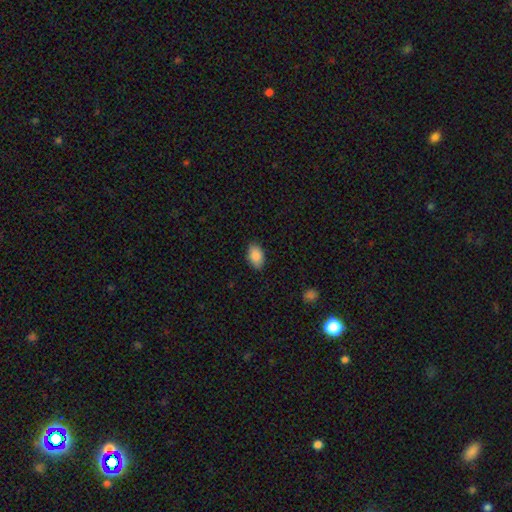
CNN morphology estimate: A smooth galaxy with no disk features (88%) that is in between round and cigar-shaped (91%). Merging: none (86%).